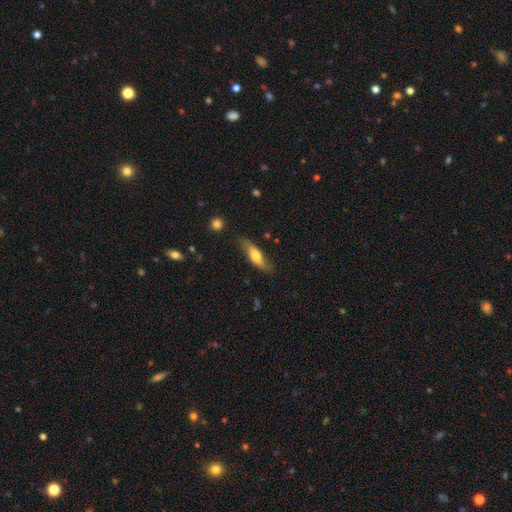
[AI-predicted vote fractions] smooth-or-featured: smooth: 58% | featured or disk: 36% | star or artifact: 6%
  how-rounded: cigar-shaped: 56% | in between: 42% | round: 3%
  merging: none: 79% | minor disturbance: 16% | major disturbance: 4% | merger: 2%